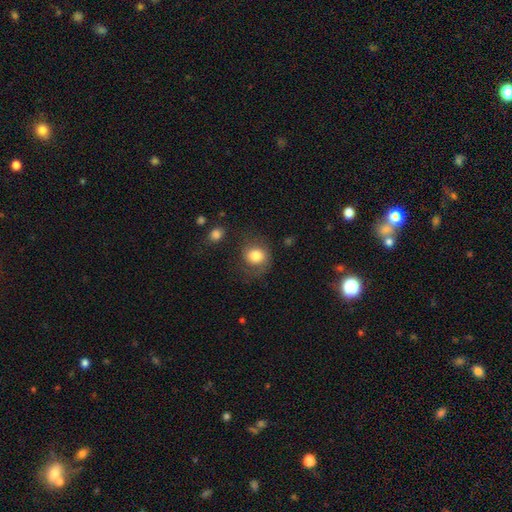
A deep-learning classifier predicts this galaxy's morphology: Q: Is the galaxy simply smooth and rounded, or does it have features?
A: smooth — 77%.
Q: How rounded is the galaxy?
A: round — 75%.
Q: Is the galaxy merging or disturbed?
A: none — 58%.